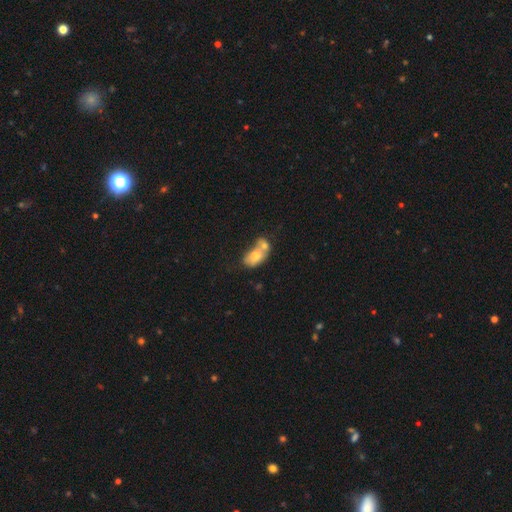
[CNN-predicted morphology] smooth 70%, featured or disk 22%, star or artifact 8%. Down the decision tree: how rounded — in between (84%); merging — merger (67%).